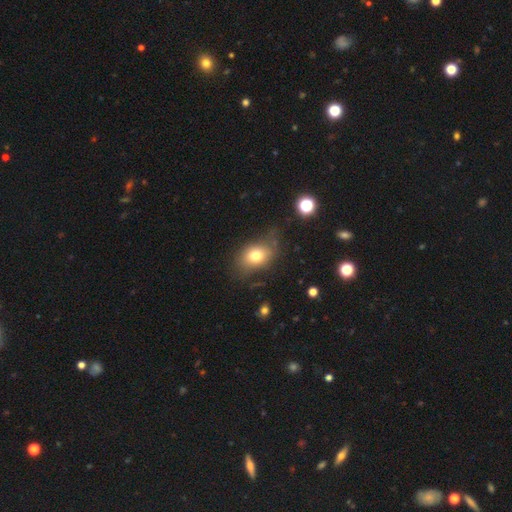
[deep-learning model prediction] smooth_or_featured: smooth (p=0.75) [alt: featured or disk p=0.14]
how_rounded: in between (p=0.72) [alt: round p=0.27]
merging: none (p=0.61) [alt: minor disturbance p=0.25]